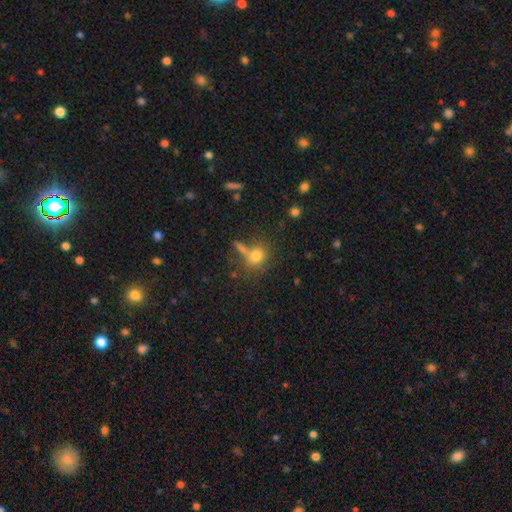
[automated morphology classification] Smooth or featured? Predicted: smooth (p=0.75). How rounded? Predicted: round (p=0.79). Merging? Predicted: none (p=0.59).